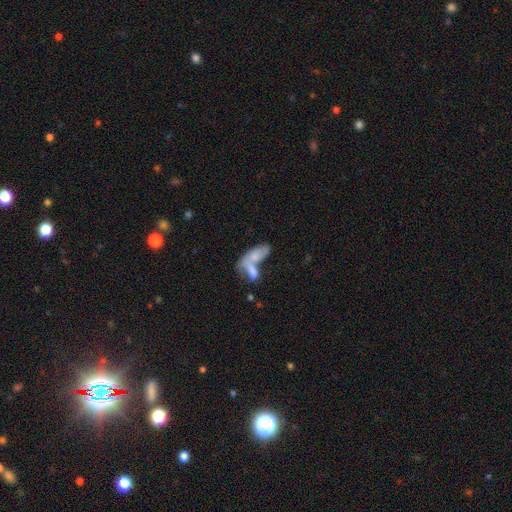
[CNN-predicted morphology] Smooth or featured? smooth (67%)
How rounded? in between (80%)
Merging? merger (65%)